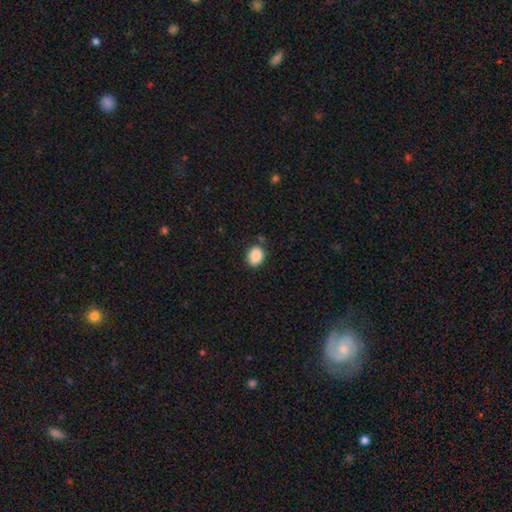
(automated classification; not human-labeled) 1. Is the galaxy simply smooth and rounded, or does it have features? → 88% smooth, 8% star or artifact, 3% featured or disk.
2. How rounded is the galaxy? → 53% in between, 46% round, 1% cigar-shaped.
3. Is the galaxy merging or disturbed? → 79% none, 14% minor disturbance, 3% major disturbance, 3% merger.